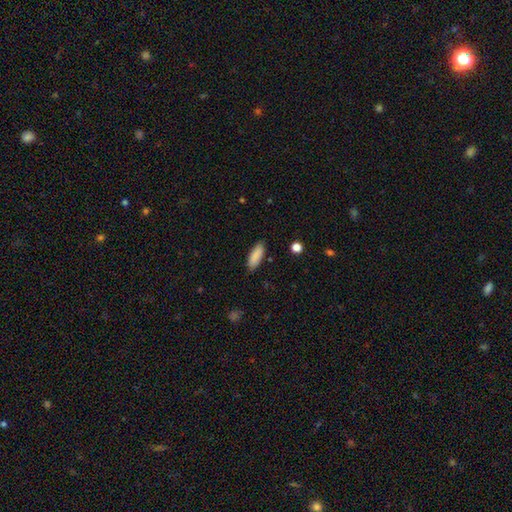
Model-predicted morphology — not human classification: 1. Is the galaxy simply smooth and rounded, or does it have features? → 89% smooth, 6% star or artifact, 5% featured or disk.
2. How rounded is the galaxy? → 62% in between, 37% cigar-shaped, 2% round.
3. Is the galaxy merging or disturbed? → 87% none, 10% minor disturbance, 2% major disturbance, 1% merger.